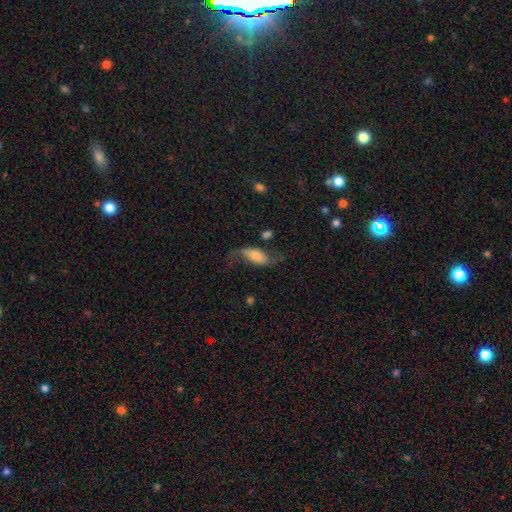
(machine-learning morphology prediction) This is possibly a featured or disk galaxy (53%). It is clearly not viewed edge-on (90%). Merging: possibly none (55%).